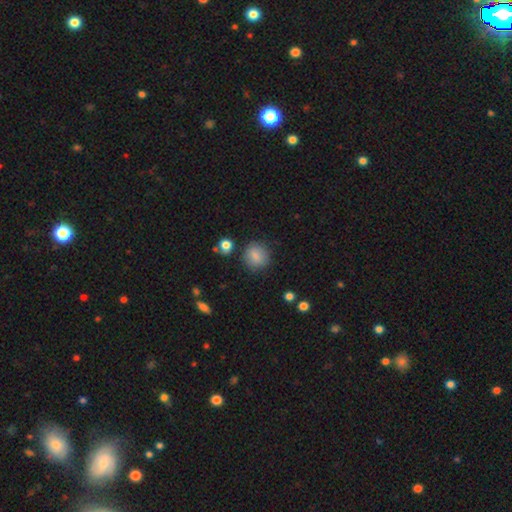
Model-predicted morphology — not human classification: smooth_or_featured: smooth (p=0.84) [alt: star or artifact p=0.09]
how_rounded: round (p=0.80) [alt: in between p=0.19]
merging: none (p=0.81) [alt: minor disturbance p=0.12]